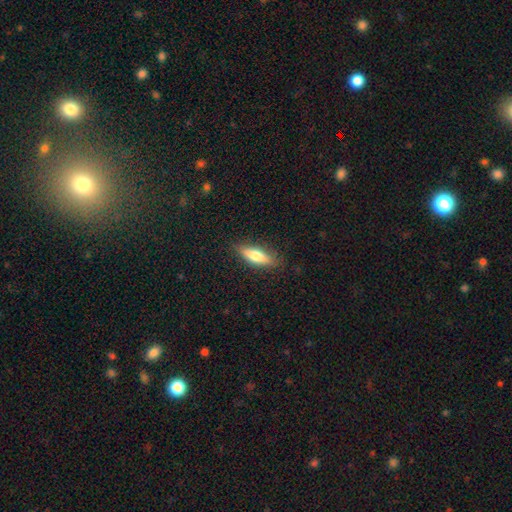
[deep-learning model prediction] Smooth or featured? smooth (65%)
How rounded? cigar-shaped (51%)
Merging? none (84%)